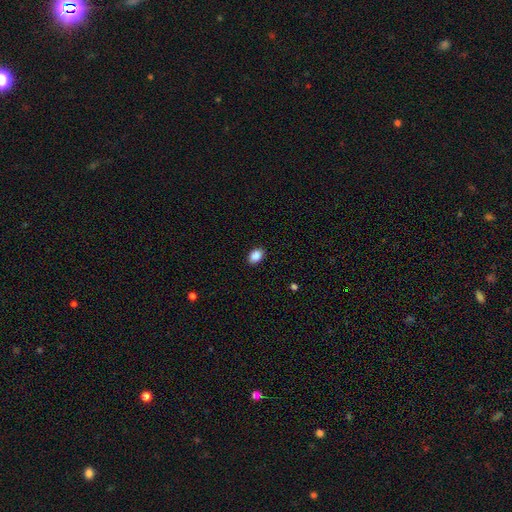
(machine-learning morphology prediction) Smooth or featured: smooth — 88% (star or artifact — 8%)
How rounded: in between — 81% (round — 18%)
Merging: none — 90% (minor disturbance — 7%)